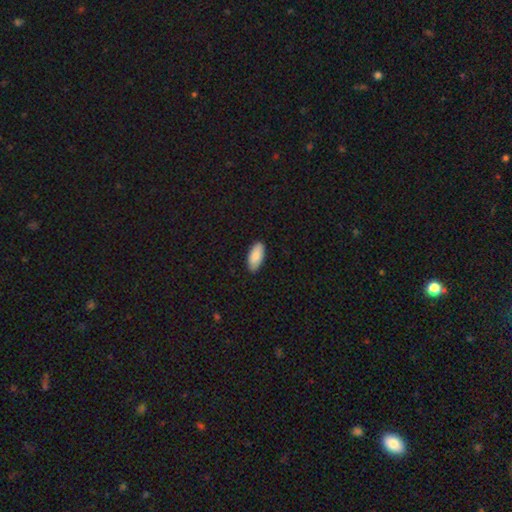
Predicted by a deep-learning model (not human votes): The model was most divided on "merging": none: 87%, minor disturbance: 10%, major disturbance: 2%, merger: 1%. More confident: how rounded — in between (91%); smooth or featured — smooth (87%).